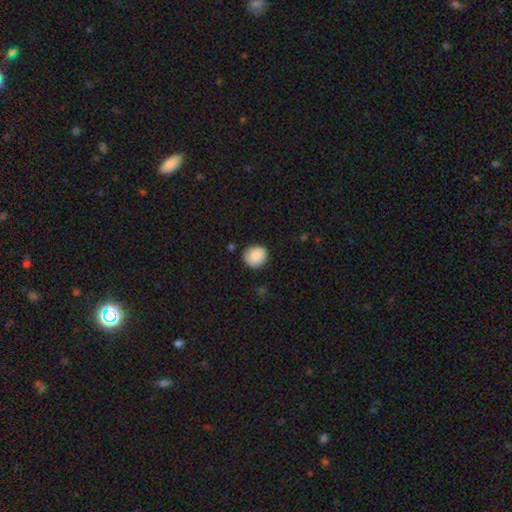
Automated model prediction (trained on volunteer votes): The model was most divided on "how rounded": round: 82%, in between: 17%, cigar-shaped: 1%. More confident: smooth or featured — smooth (88%); merging — none (86%).